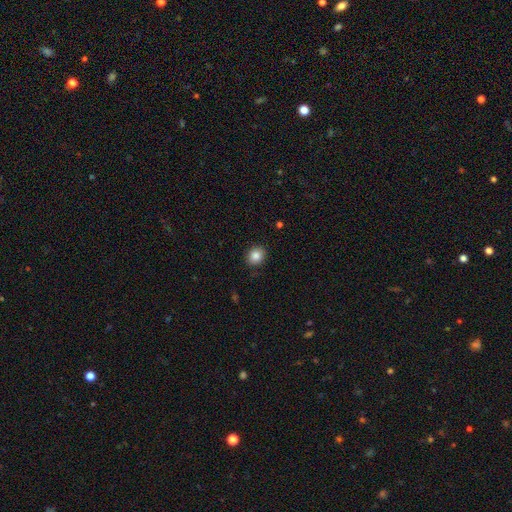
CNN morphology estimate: smooth 85%, star or artifact 9%, featured or disk 5%. Down the decision tree: how rounded — round (67%); merging — none (89%).